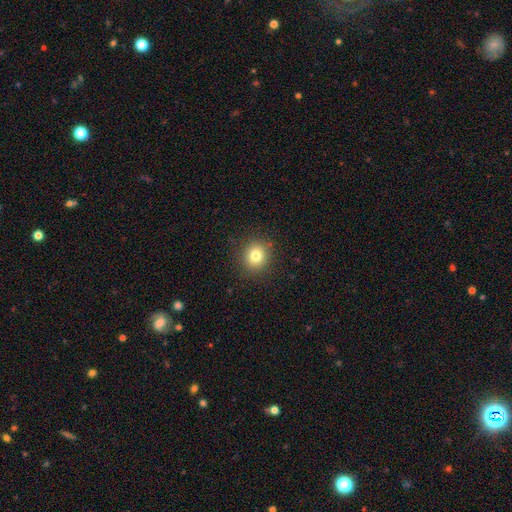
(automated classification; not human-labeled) smooth-or-featured: smooth: 80% | star or artifact: 12% | featured or disk: 8%
  how-rounded: round: 83% | in between: 16% | cigar-shaped: 1%
  merging: none: 89% | minor disturbance: 7% | major disturbance: 3% | merger: 1%